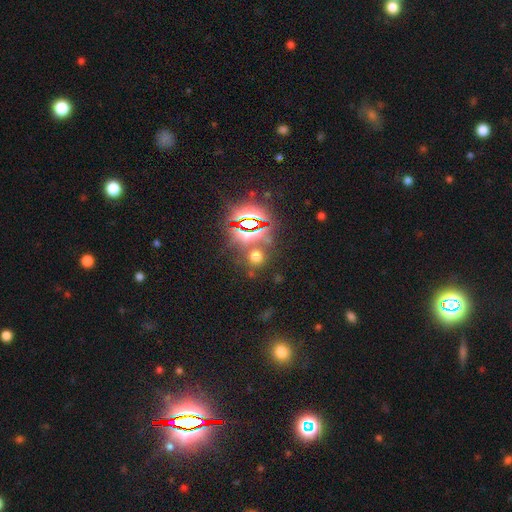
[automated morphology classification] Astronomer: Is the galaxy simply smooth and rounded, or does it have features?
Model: star or artifact — 48% (runner-up: smooth, 45%).